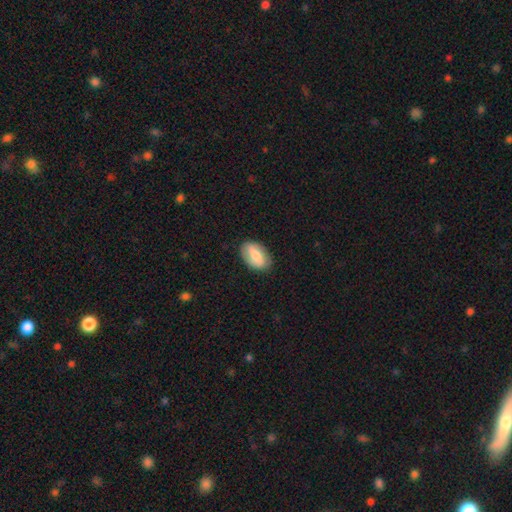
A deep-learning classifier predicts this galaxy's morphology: Smooth or featured?
  - smooth: 65% *
  - featured or disk: 29%
  - star or artifact: 6%
How rounded?
  - in between: 91% *
  - round: 7%
  - cigar-shaped: 2%
Merging?
  - none: 83% *
  - minor disturbance: 13%
  - major disturbance: 3%
  - merger: 1%